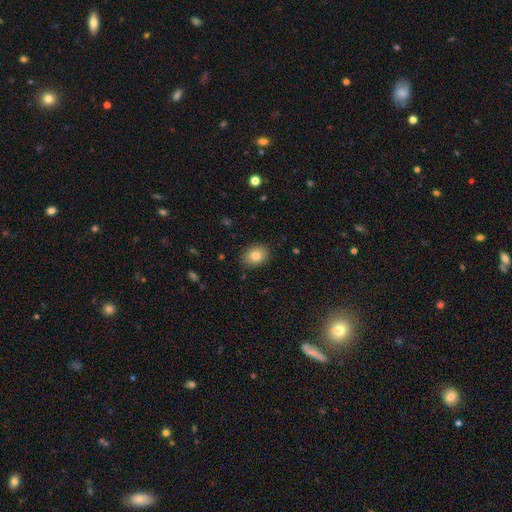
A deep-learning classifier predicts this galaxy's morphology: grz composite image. It shows a smooth galaxy with no disk features (81%) that is in between round and cigar-shaped (60%). Merging: none (87%).